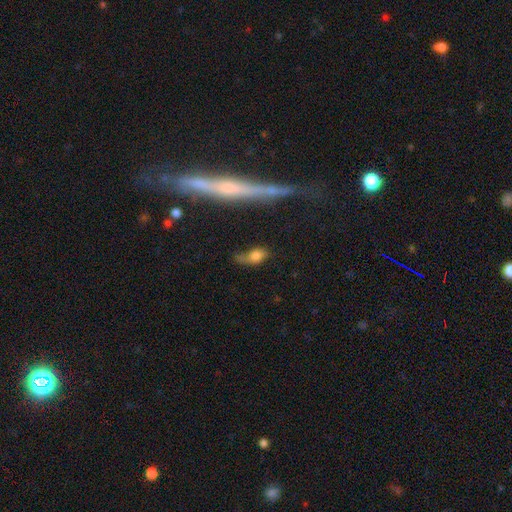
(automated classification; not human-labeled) This is likely a smooth galaxy (69%). How rounded: likely in between (78%). Merging: marginally none (38%).